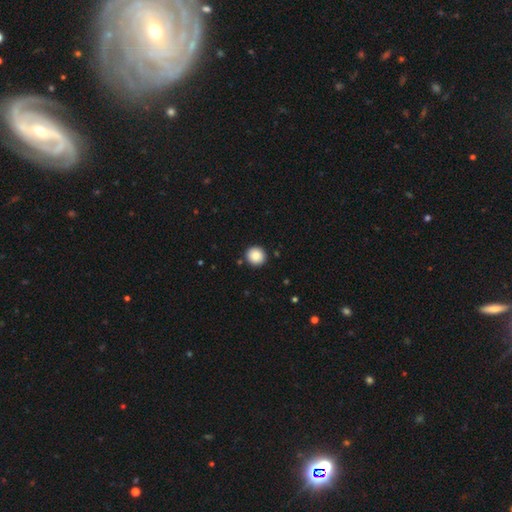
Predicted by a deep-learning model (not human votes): A smooth galaxy with no disk features (87%) that is round (95%).

Vote fractions:
- Smooth or featured? smooth: 87% / star or artifact: 8% / featured or disk: 5%
- How rounded? round: 95% / in between: 4% / cigar-shaped: 1%
- Merging? none: 92% / minor disturbance: 5% / major disturbance: 2% / merger: 1%